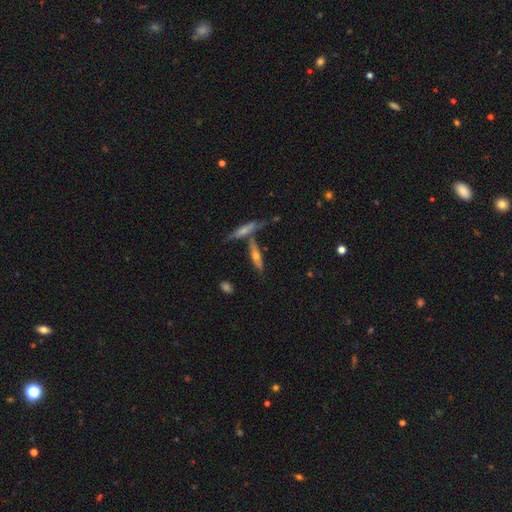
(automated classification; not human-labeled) smooth-or-featured: featured or disk: 55% | smooth: 36% | star or artifact: 9%
  disk-edge-on: yes: 86% | no: 14%
  merging: none: 57% | merger: 26% | minor disturbance: 13% | major disturbance: 5%